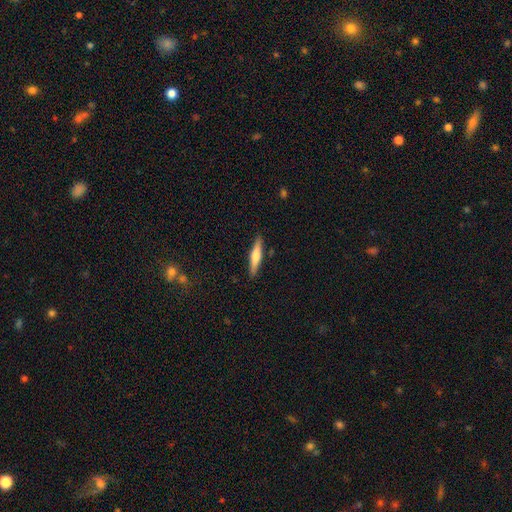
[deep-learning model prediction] Smooth or featured?
  - smooth: 51% *
  - featured or disk: 43%
  - star or artifact: 6%
How rounded?
  - cigar-shaped: 86% *
  - in between: 13%
  - round: 2%
Merging?
  - none: 89% *
  - minor disturbance: 8%
  - major disturbance: 2%
  - merger: 1%